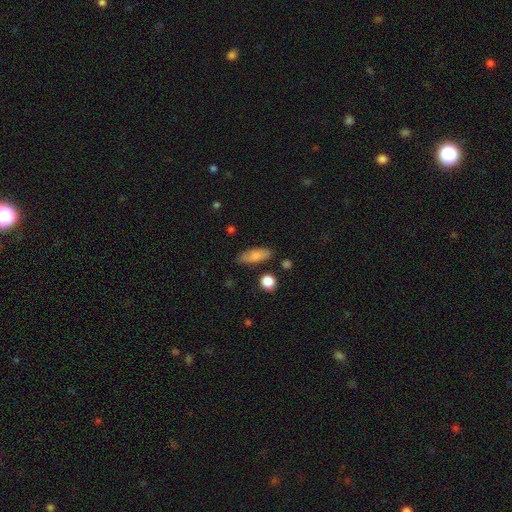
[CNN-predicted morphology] Smooth or featured? Predicted: smooth (p=0.79). How rounded? Predicted: in between (p=0.73). Merging? Predicted: none (p=0.81).